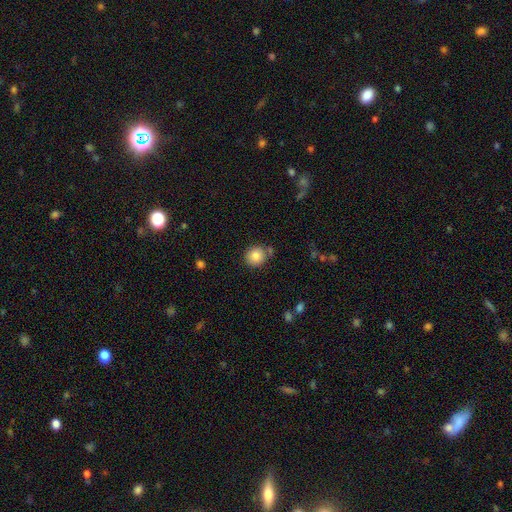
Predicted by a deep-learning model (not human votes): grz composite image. It shows a smooth galaxy with no disk features (84%) that is round (87%). Merging: none (77%).